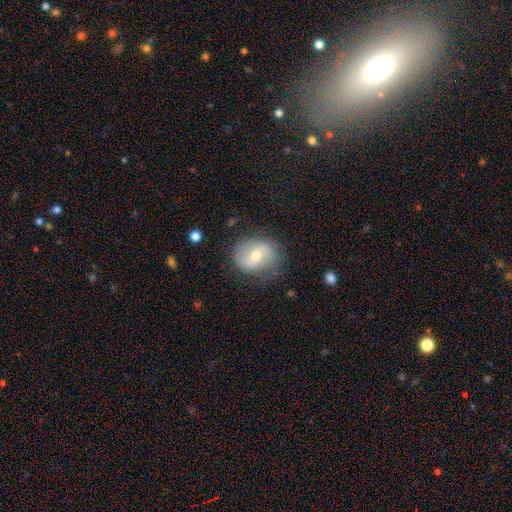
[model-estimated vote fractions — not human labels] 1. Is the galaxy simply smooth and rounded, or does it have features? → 54% featured or disk, 38% smooth, 7% star or artifact.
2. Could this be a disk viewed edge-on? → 96% no, 4% yes.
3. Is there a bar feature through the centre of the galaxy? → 49% weak, 30% no, 20% strong.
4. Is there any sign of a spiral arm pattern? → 78% yes, 22% no.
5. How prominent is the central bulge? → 54% moderate, 40% small, 3% large, 2% none, 1% dominant.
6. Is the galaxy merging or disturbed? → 76% none, 17% minor disturbance, 6% major disturbance, 1% merger.